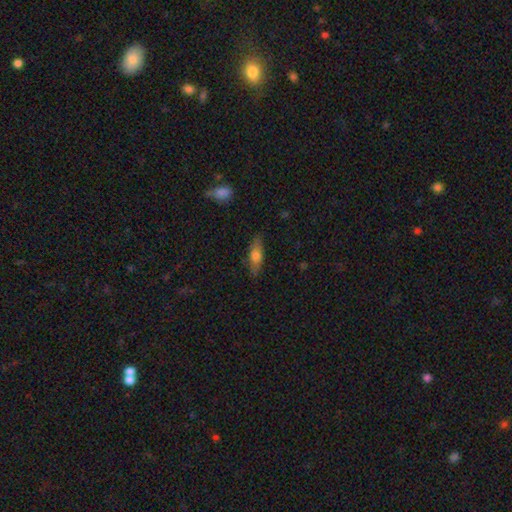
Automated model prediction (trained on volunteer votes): The model was most divided on "how rounded": in between: 53%, cigar-shaped: 44%, round: 3%. More confident: merging — none (83%); smooth or featured — smooth (63%).